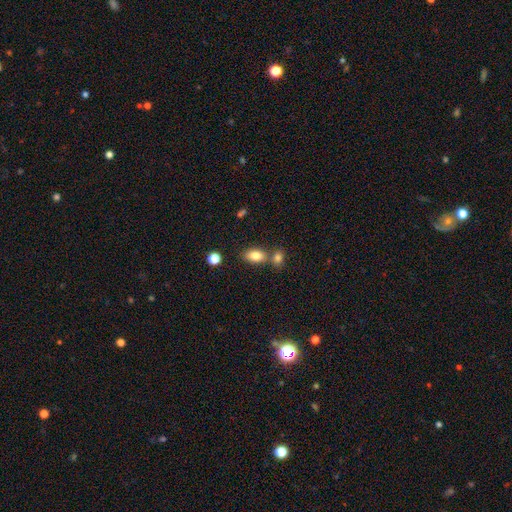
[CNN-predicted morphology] Overall: smooth (82%). How rounded: in between (88%). Merging: none (57%; merger 29%).